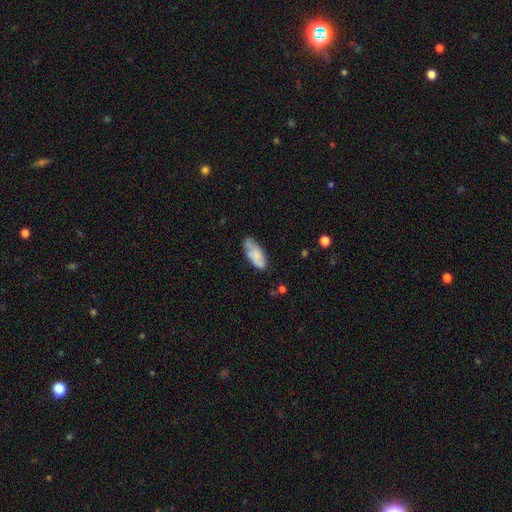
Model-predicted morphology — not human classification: The model was most divided on "merging": none: 60%, minor disturbance: 27%, major disturbance: 7%, merger: 5%. More confident: how rounded — in between (83%); smooth or featured — smooth (66%).